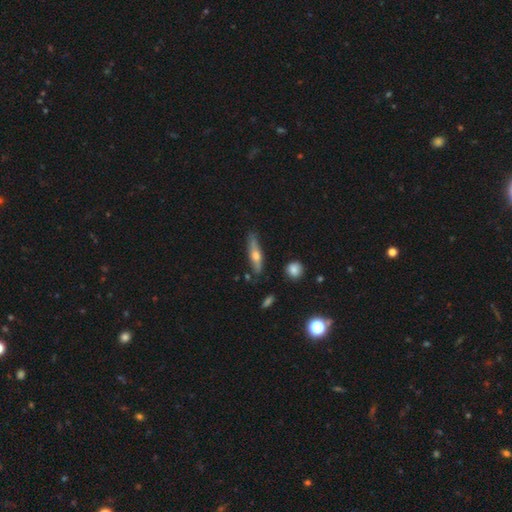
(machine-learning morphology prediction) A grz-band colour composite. It shows a featured or disk galaxy (49%). Merging: none (76%).